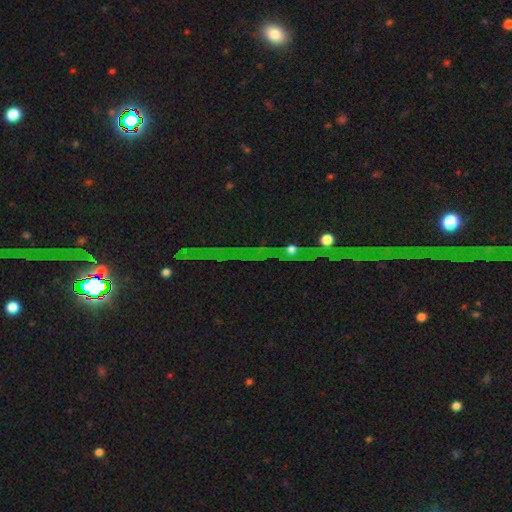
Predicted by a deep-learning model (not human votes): This is clearly a star or artifact rather than a galaxy (80%).